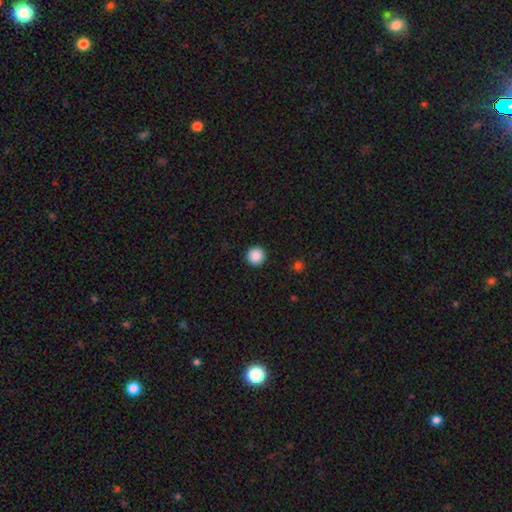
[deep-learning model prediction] This appears to be a smooth galaxy with no disk features (89%) that is round (96%). Merging: none (93%).